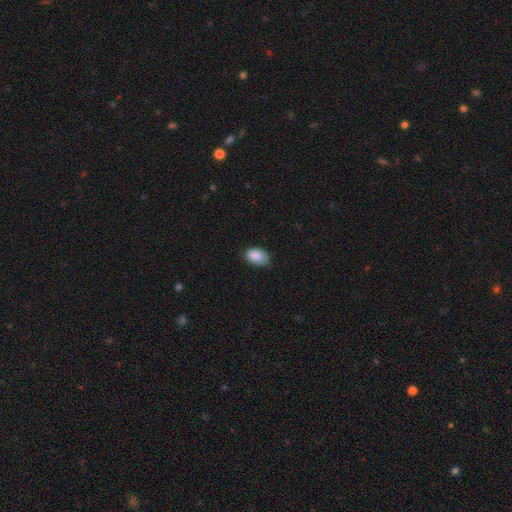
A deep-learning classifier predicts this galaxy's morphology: smooth 88%, star or artifact 7%, featured or disk 5%. Down the decision tree: how rounded — in between (88%); merging — none (73%).